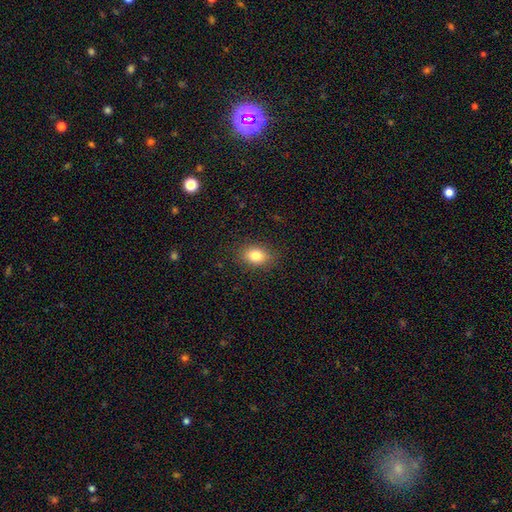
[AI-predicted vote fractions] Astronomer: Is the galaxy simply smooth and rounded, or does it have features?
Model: smooth — 82%.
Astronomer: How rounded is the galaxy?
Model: in between — 73%.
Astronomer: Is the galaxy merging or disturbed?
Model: none — 86%.